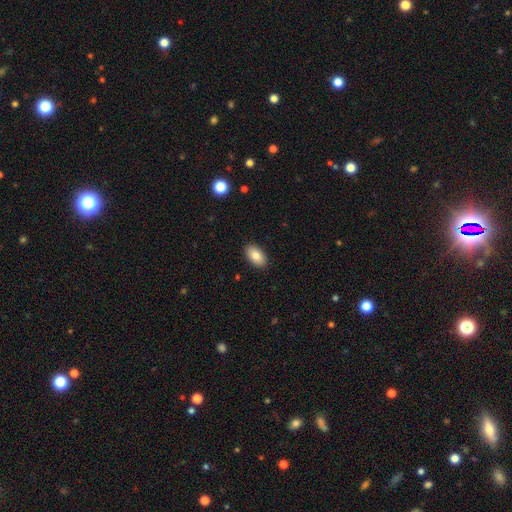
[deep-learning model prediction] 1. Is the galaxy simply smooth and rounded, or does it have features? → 84% smooth, 9% featured or disk, 7% star or artifact.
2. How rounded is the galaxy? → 94% in between, 4% round, 2% cigar-shaped.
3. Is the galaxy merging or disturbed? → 89% none, 8% minor disturbance, 2% major disturbance, 1% merger.